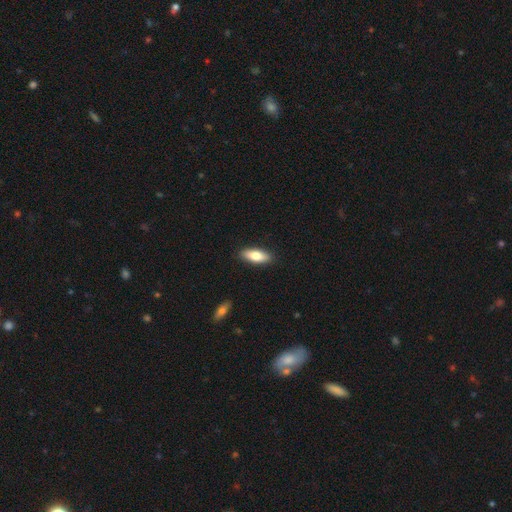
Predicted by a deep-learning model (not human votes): This appears to be a smooth galaxy with no disk features (77%) that is in between round and cigar-shaped (74%). Merging: none (89%).